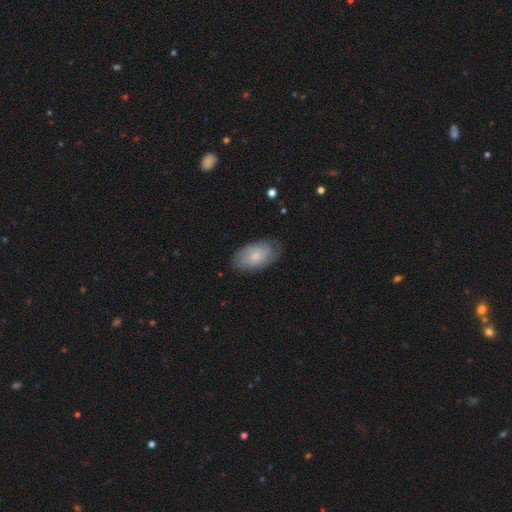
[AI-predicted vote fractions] A smooth galaxy with no disk features (59%) that is in between round and cigar-shaped (93%). Merging: none (75%).